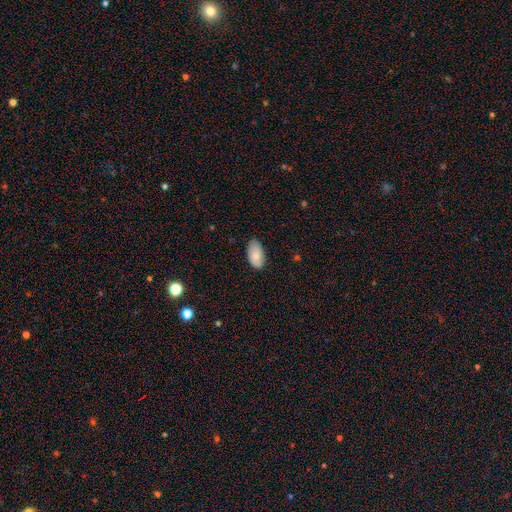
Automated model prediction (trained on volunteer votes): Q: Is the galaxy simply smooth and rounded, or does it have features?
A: smooth — 80%.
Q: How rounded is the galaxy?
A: in between — 95%.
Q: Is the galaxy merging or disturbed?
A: none — 75%.